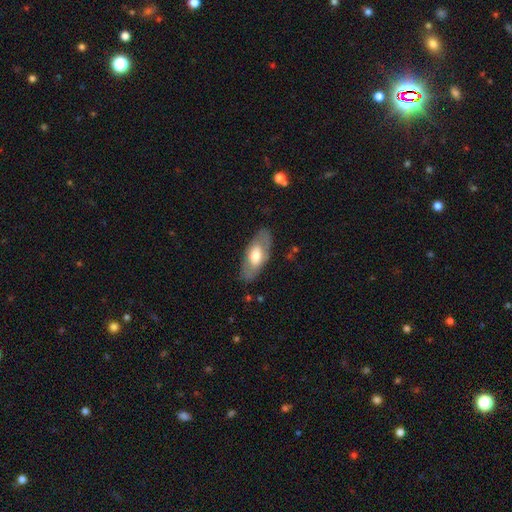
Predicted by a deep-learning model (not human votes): Smooth or featured? smooth (52%)
How rounded? in between (86%)
Merging? none (79%)